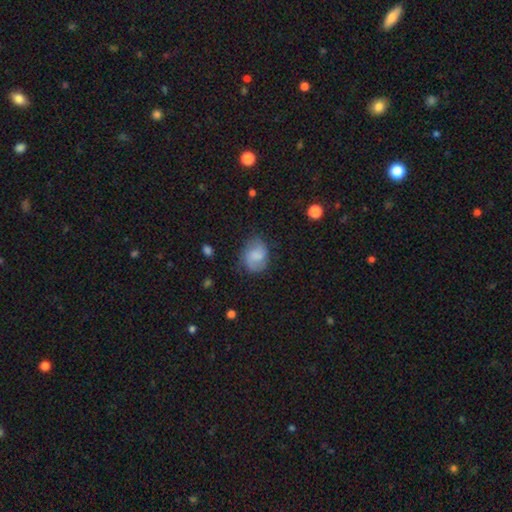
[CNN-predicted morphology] Smooth or featured? Predicted: smooth (p=0.60). How rounded? Predicted: round (p=0.51). Merging? Predicted: none (p=0.61).